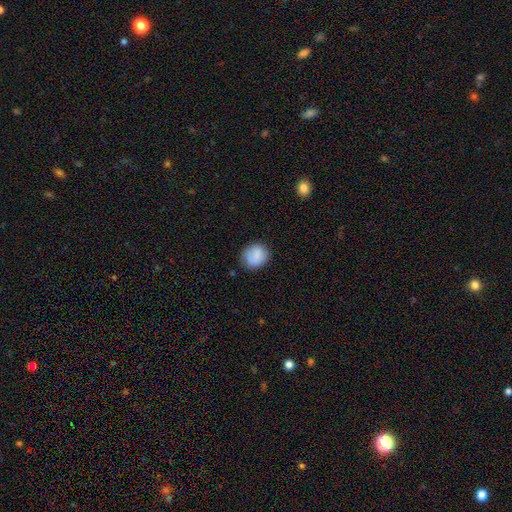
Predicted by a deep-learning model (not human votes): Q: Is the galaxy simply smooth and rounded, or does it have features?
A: smooth — 84%.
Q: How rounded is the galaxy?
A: round — 75%.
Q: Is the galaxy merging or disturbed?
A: none — 80%.